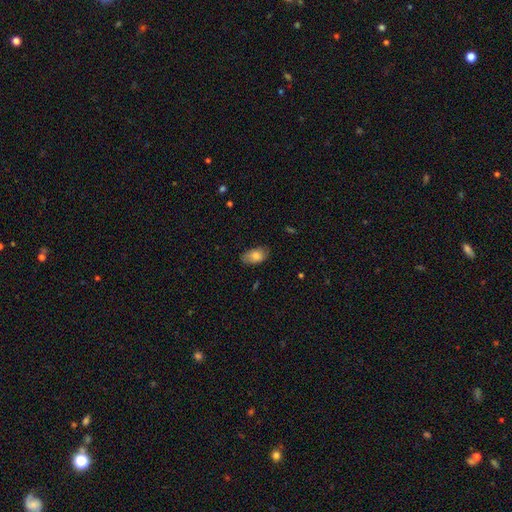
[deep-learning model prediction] Overall: smooth (78%). How rounded: in between (92%). Merging: none (78%).